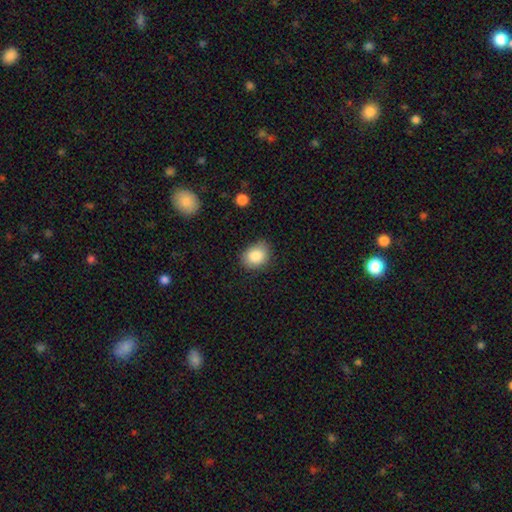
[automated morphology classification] Overall: smooth (86%). How rounded: in between (55%; round 44%). Merging: none (76%).